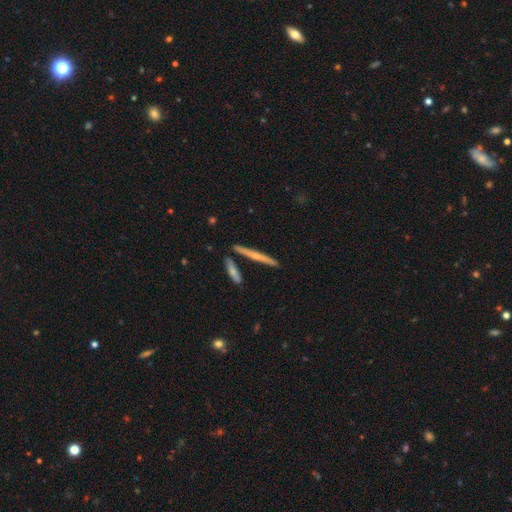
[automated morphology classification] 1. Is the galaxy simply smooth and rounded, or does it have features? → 58% featured or disk, 36% smooth, 7% star or artifact.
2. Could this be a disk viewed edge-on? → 96% yes, 4% no.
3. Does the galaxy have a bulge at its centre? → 63% rounded, 32% none, 5% boxy.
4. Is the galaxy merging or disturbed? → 84% none, 8% minor disturbance, 7% merger, 2% major disturbance.